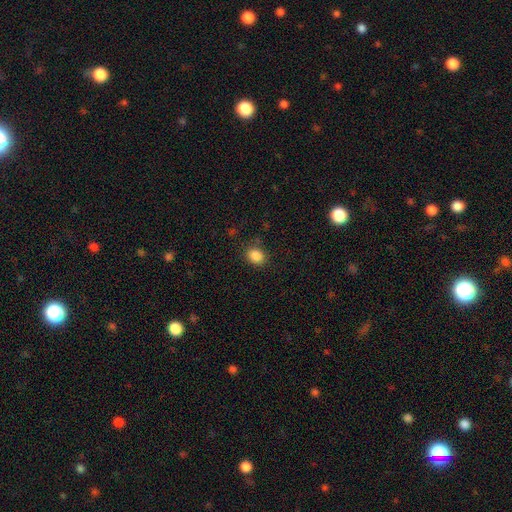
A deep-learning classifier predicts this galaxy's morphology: smooth_or_featured: smooth (p=0.86) [alt: star or artifact p=0.10]
how_rounded: round (p=0.54) [alt: in between p=0.46]
merging: none (p=0.84) [alt: minor disturbance p=0.11]